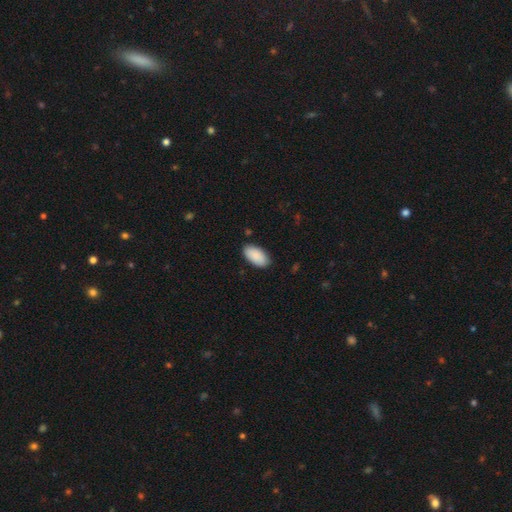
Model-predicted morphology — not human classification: Smooth or featured? smooth (91%)
How rounded? in between (96%)
Merging? none (87%)